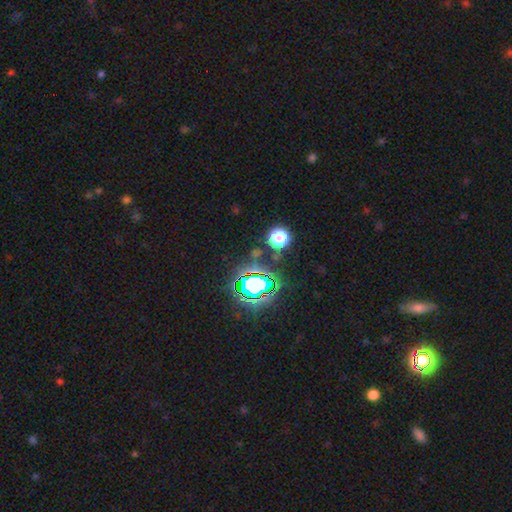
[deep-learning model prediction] A star or artifact, not a galaxy (70%).